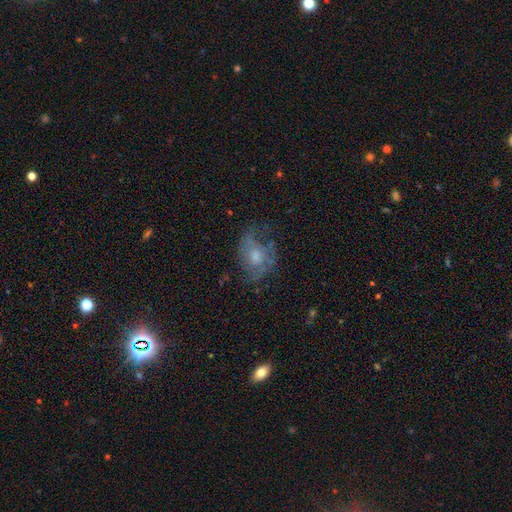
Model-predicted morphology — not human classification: type=featured or disk (61%); edge-on=no (97%); bar=no (73%); spiral arms=yes (68%); bulge=moderate (49%); merging=none (48%).